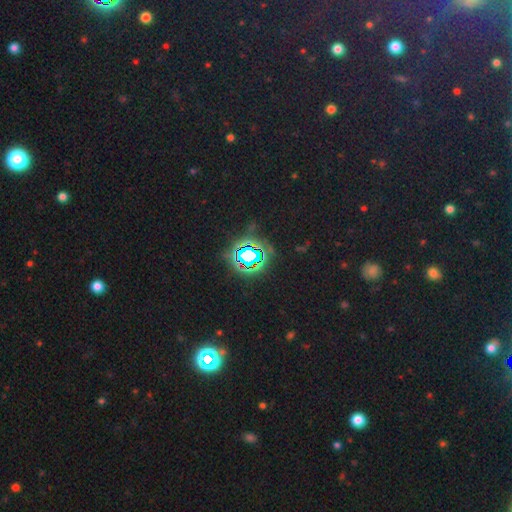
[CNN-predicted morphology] smooth-or-featured: star or artifact: 78% | smooth: 15% | featured or disk: 7%